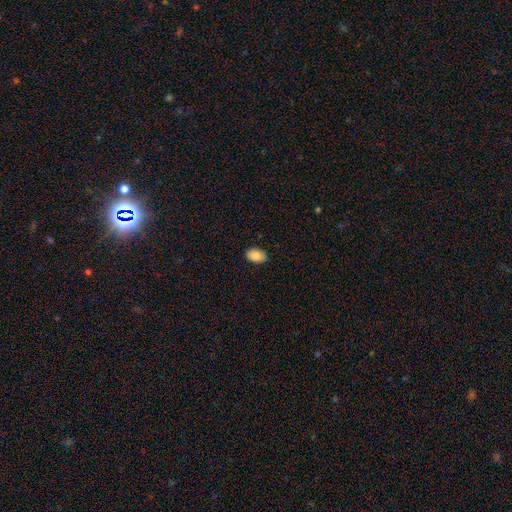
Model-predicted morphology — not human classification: The model was most divided on "merging": none: 87%, minor disturbance: 10%, major disturbance: 2%, merger: 1%. More confident: how rounded — in between (90%); smooth or featured — smooth (87%).